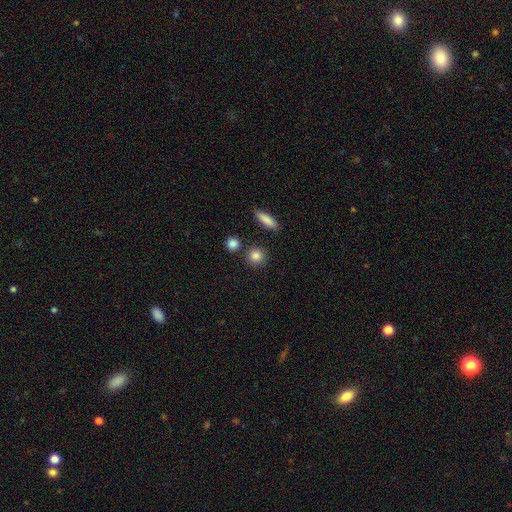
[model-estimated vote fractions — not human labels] The model was most divided on "how rounded": round: 85%, in between: 12%, cigar-shaped: 2%. More confident: smooth or featured — smooth (86%); merging — none (83%).